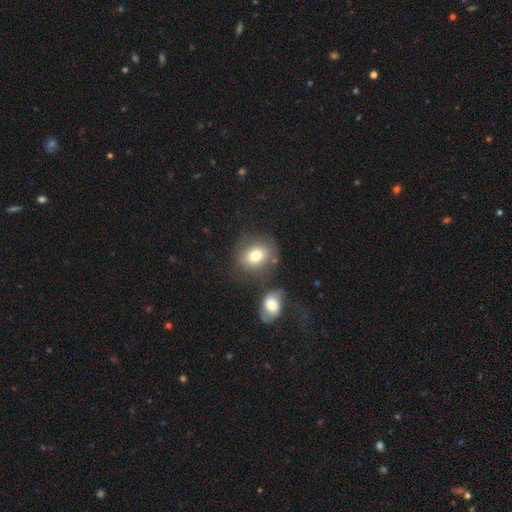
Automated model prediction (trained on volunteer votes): Smooth or featured: smooth — 75% (featured or disk — 16%)
How rounded: round — 58% (in between — 40%)
Merging: none — 61% (merger — 16%)